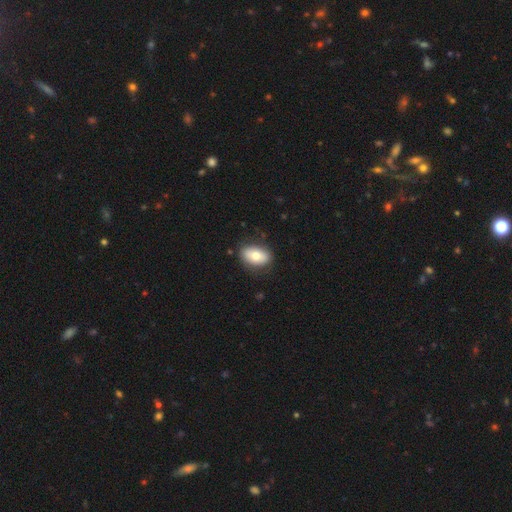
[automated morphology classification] Smooth or featured: smooth — 75% (featured or disk — 18%)
How rounded: in between — 89% (round — 9%)
Merging: none — 81% (minor disturbance — 14%)